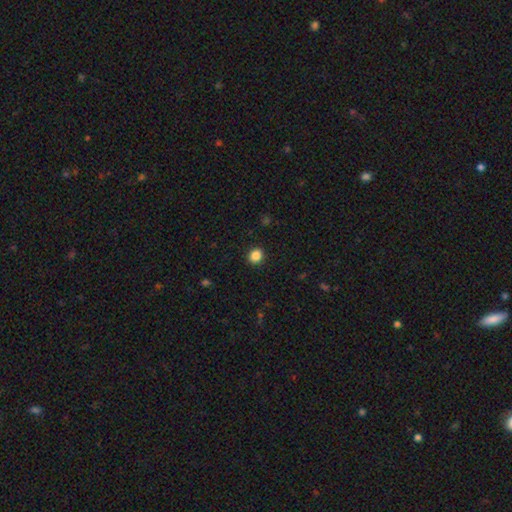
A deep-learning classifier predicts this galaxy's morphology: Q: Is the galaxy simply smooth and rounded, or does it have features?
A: smooth — 86%.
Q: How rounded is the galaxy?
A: round — 79%.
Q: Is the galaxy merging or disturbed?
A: none — 92%.